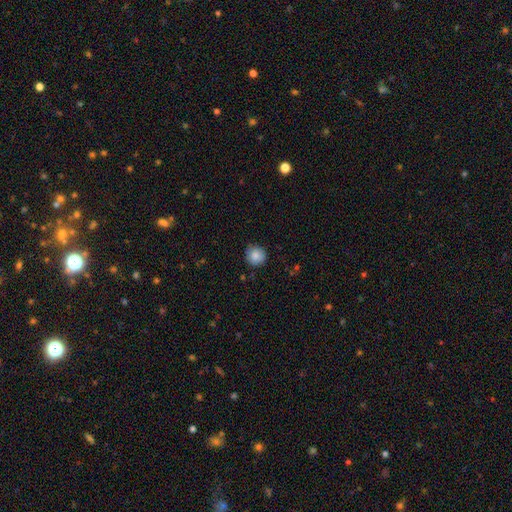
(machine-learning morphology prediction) This is clearly a smooth galaxy (87%). How rounded: clearly round (93%). Merging: clearly none (87%).